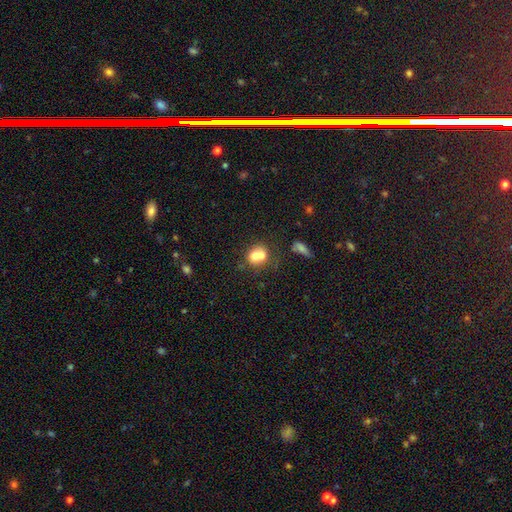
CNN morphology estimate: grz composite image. It shows a smooth galaxy with no disk features (68%) that is round (57%). Merging: merger (56%).